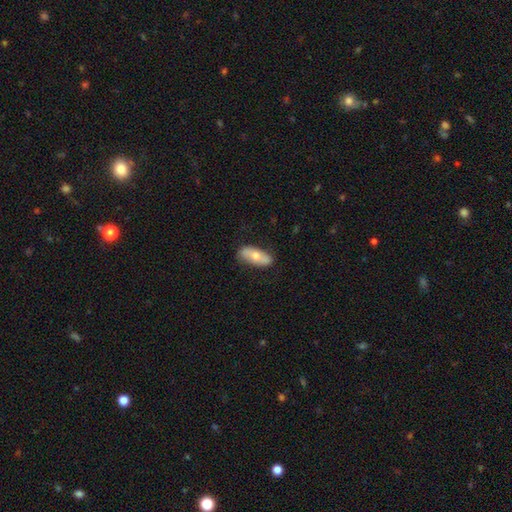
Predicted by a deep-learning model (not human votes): Morphology: type=smooth (55%); roundness=in between (75%); merging=none (82%).